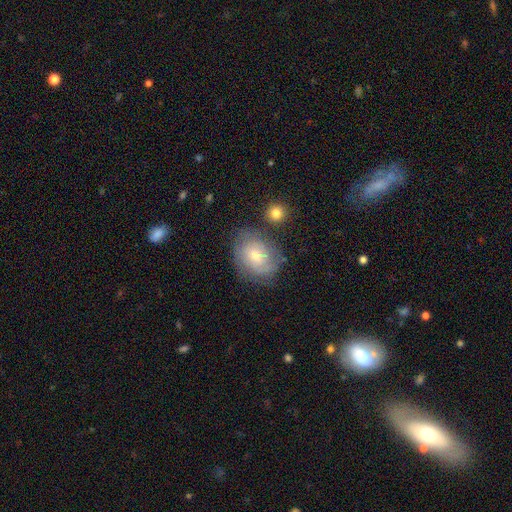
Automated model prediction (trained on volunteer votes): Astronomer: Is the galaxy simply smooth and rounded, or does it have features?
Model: featured or disk — 46% (runner-up: smooth, 44%).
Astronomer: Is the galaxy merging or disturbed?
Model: none — 67%.